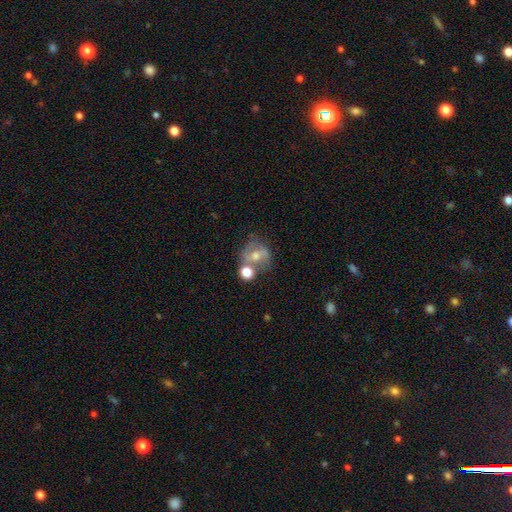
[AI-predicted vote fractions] featured or disk 52%, smooth 35%, star or artifact 13%. Down the decision tree: edge-on disk — no (96%); merging — none (52%).